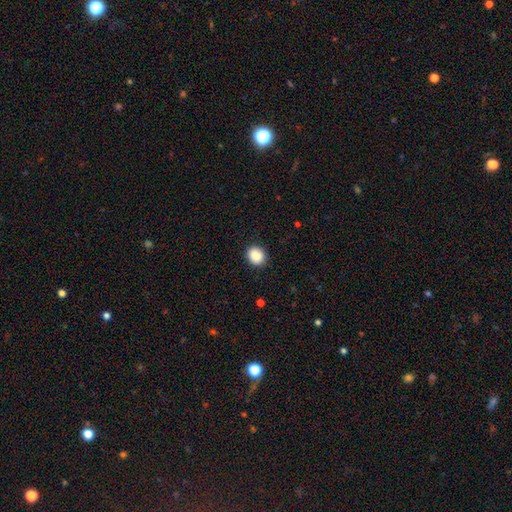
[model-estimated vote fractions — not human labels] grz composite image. It shows a smooth galaxy with no disk features (89%) that is round (66%). Merging: none (89%).